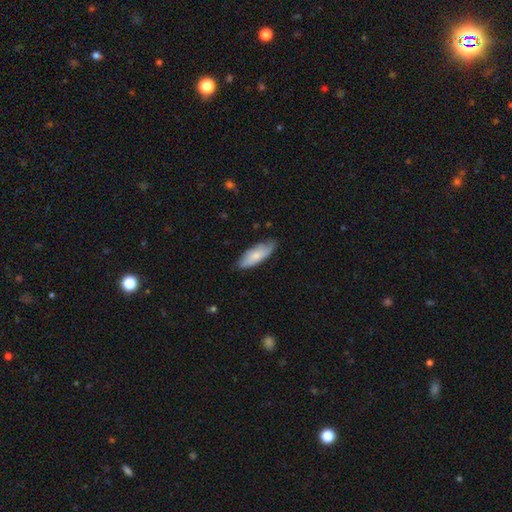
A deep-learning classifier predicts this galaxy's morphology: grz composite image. It shows a smooth galaxy with no disk features (70%) that is in between round and cigar-shaped (69%). Merging: none (70%).